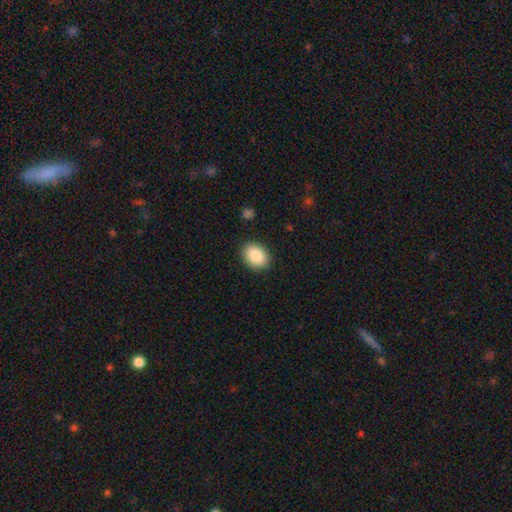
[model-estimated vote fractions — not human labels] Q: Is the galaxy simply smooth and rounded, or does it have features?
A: smooth — 87%.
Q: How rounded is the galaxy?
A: in between — 60%.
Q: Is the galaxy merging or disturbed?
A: none — 89%.